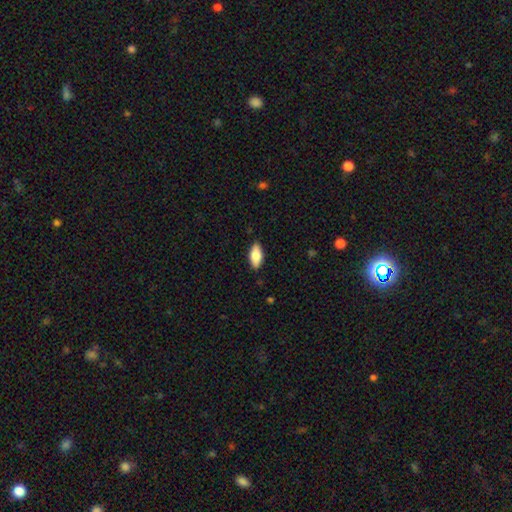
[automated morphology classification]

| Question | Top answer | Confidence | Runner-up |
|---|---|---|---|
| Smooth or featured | smooth | 75% | featured or disk (19%) |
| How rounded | in between | 85% | cigar-shaped (12%) |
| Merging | none | 86% | minor disturbance (11%) |